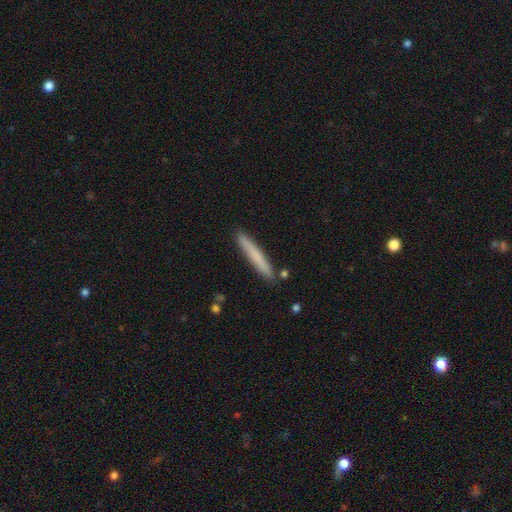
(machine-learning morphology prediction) Overall: smooth (71%). How rounded: cigar-shaped (96%). Merging: none (88%).